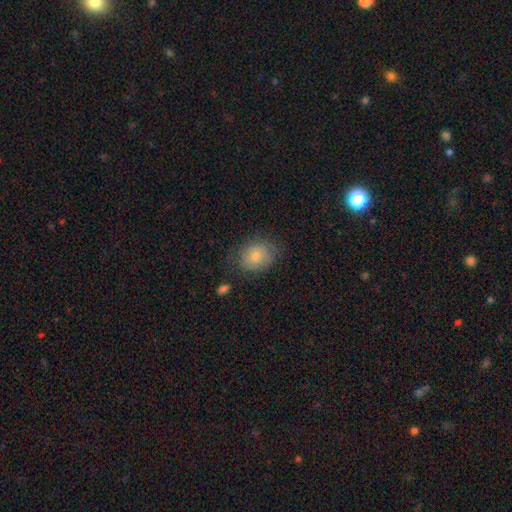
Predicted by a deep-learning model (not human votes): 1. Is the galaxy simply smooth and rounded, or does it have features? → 71% smooth, 19% featured or disk, 11% star or artifact.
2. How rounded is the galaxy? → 57% in between, 42% round, 1% cigar-shaped.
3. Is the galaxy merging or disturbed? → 72% none, 20% minor disturbance, 6% major disturbance, 2% merger.